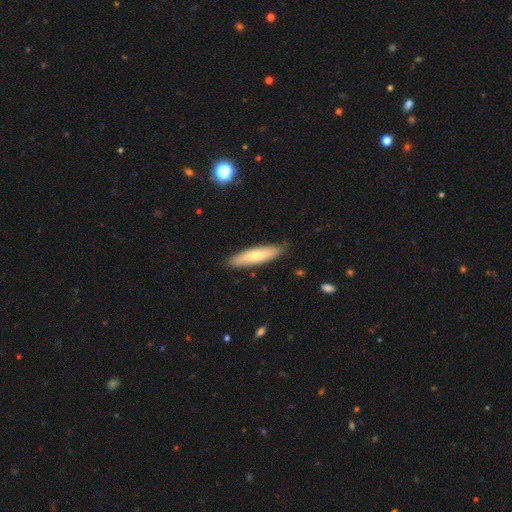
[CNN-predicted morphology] This appears to be a smooth galaxy with no disk features (65%) that is cigar-shaped (71%). Merging: none (86%).